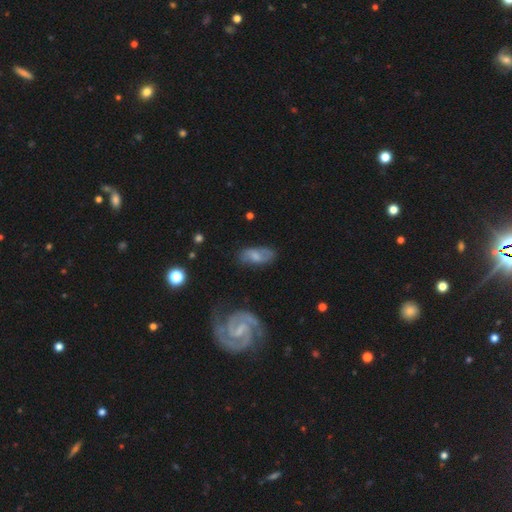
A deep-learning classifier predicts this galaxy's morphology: smooth-or-featured: smooth: 46% (tied) | featured or disk: 46% (tied) | star or artifact: 8%
  merging: none: 67% | minor disturbance: 22% | major disturbance: 8% | merger: 3%